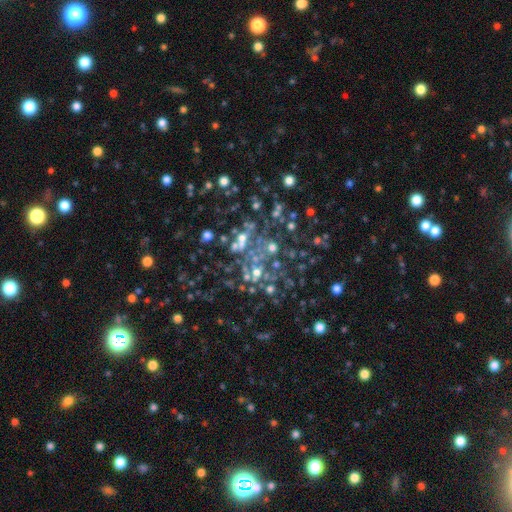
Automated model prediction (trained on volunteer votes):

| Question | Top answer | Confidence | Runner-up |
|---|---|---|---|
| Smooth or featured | star or artifact | 56% | smooth (23%) |